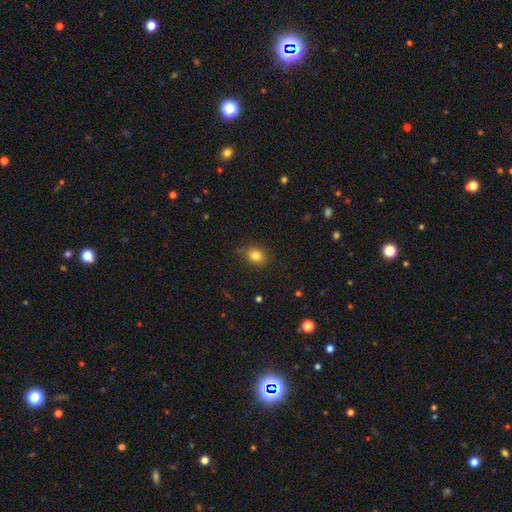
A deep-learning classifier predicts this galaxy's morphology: A smooth galaxy with no disk features (81%) that is round (55%). Merging: none (76%).